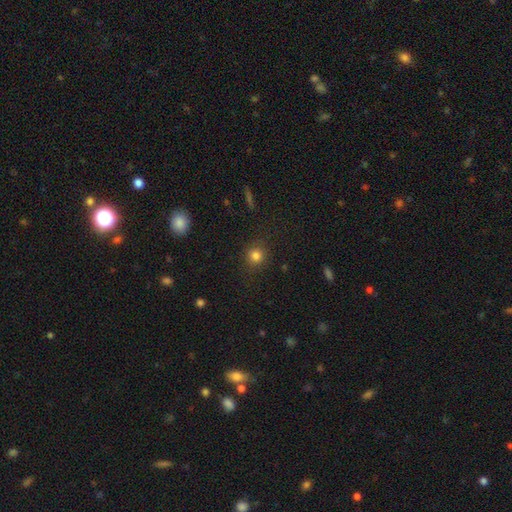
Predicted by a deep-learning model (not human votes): Smooth or featured?
  - smooth: 81% *
  - star or artifact: 13%
  - featured or disk: 6%
How rounded?
  - round: 89% *
  - in between: 10%
  - cigar-shaped: 1%
Merging?
  - none: 86% *
  - minor disturbance: 9%
  - major disturbance: 3%
  - merger: 1%